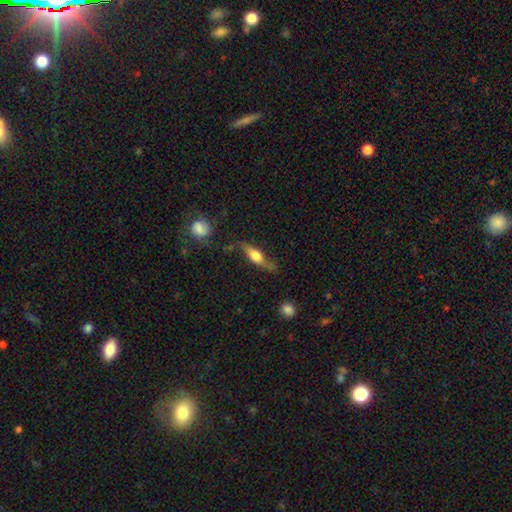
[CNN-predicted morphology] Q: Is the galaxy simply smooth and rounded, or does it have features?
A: featured or disk — 50%.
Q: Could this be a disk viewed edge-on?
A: yes — 78%.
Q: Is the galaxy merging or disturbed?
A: none — 63%.